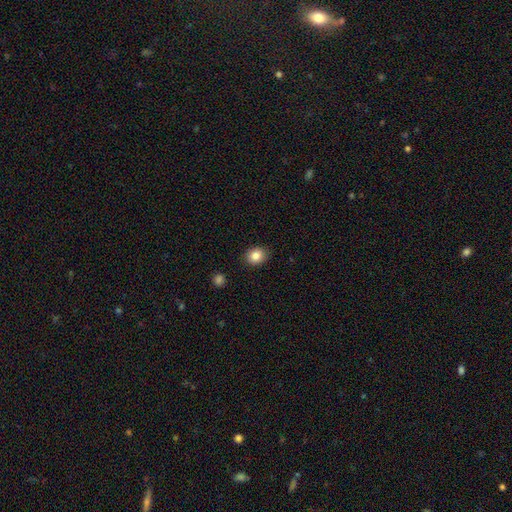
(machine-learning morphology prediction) This appears to be a smooth galaxy with no disk features (85%) that is round (55%). Merging: none (88%).